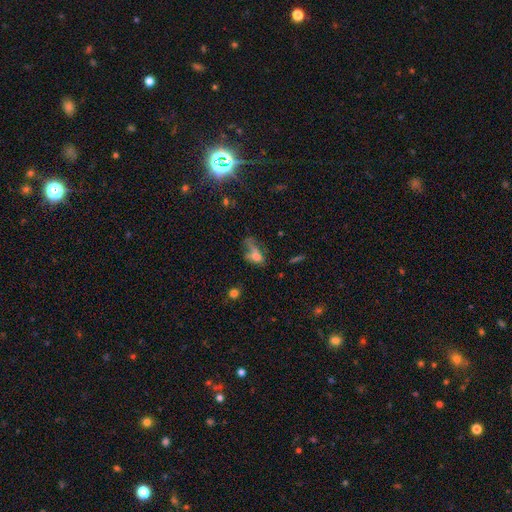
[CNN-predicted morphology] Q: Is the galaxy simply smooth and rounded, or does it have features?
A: smooth — 56%.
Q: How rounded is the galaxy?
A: in between — 72%.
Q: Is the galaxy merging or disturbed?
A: major disturbance — 38%.